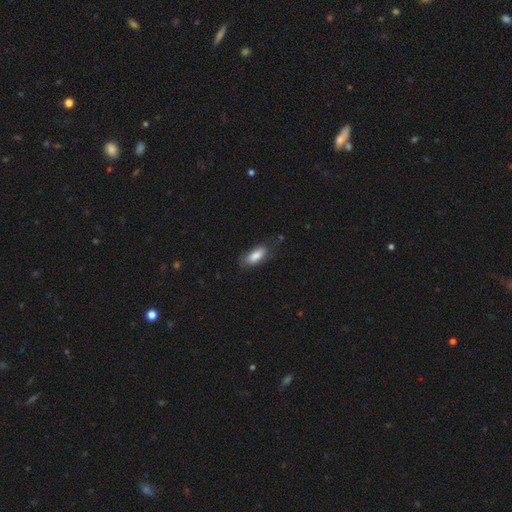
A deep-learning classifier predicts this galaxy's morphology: smooth-or-featured: smooth: 83% | featured or disk: 10% | star or artifact: 7%
  how-rounded: in between: 83% | cigar-shaped: 14% | round: 2%
  merging: none: 68% | minor disturbance: 24% | major disturbance: 7% | merger: 2%